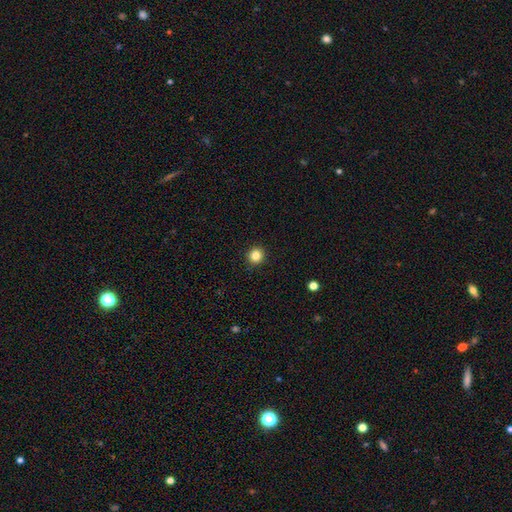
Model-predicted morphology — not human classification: Q: Smooth or featured?
A: smooth (83%); runner-up: star or artifact (12%)
Q: How rounded?
A: round (91%); runner-up: in between (8%)
Q: Merging?
A: none (93%); runner-up: minor disturbance (5%)